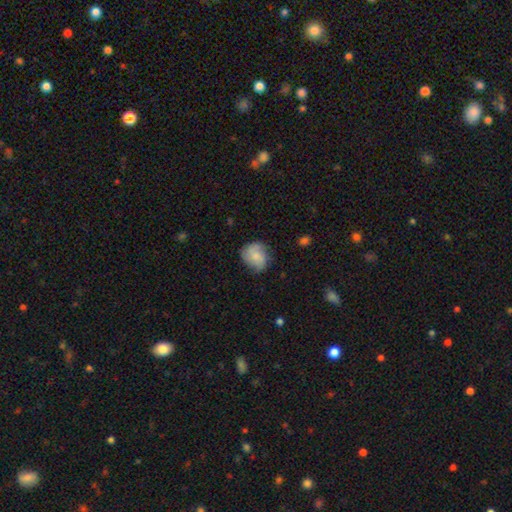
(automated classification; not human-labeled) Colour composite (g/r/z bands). It shows a smooth galaxy with no disk features (65%) that is round (71%). Merging: none (64%).